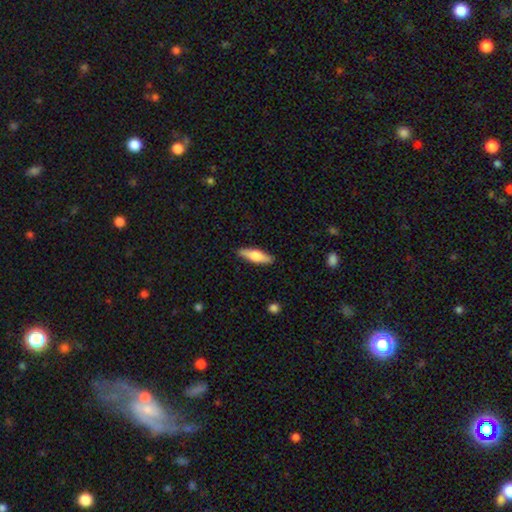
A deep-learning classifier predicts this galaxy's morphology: Overall: smooth (57%; featured or disk 37%). How rounded: cigar-shaped (59%; in between 38%). Merging: none (88%).